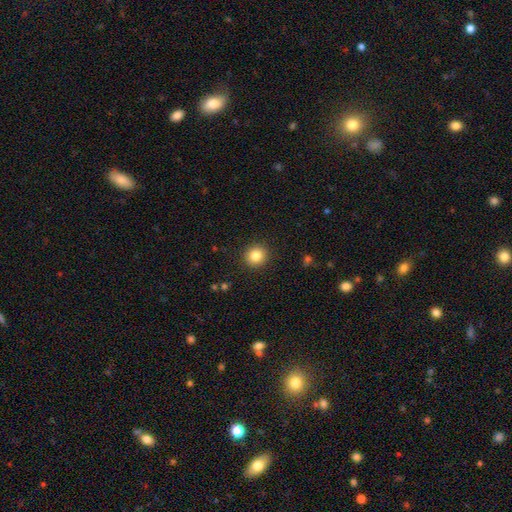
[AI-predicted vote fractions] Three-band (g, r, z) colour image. It shows a smooth galaxy with no disk features (84%) that is round (93%). Merging: none (92%).